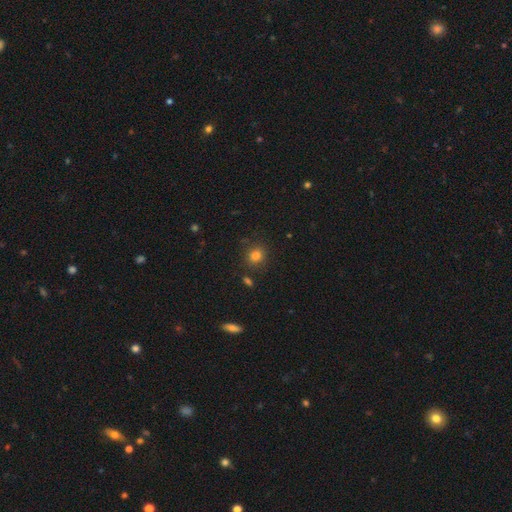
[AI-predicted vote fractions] A smooth galaxy with no disk features (81%) that is round (78%).

Vote fractions:
- Smooth or featured? smooth: 81% / star or artifact: 13% / featured or disk: 5%
- How rounded? round: 78% / in between: 21% / cigar-shaped: 1%
- Merging? none: 83% / minor disturbance: 10% / merger: 4% / major disturbance: 3%